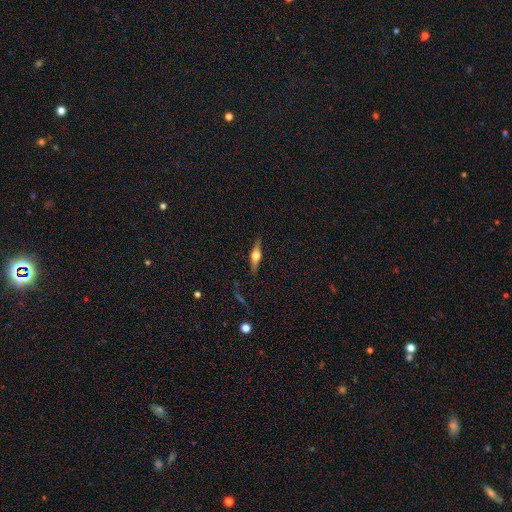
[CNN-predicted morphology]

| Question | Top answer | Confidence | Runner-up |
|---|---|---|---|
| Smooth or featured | featured or disk | 67% | smooth (26%) |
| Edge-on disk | yes | 96% | no (4%) |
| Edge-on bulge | rounded | 93% | boxy (5%) |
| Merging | none | 87% | minor disturbance (10%) |